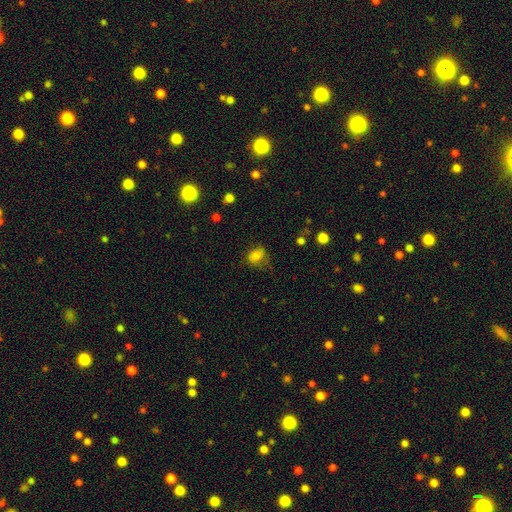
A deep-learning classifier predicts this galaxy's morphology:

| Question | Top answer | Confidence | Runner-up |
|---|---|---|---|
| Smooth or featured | smooth | 78% | star or artifact (12%) |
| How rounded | in between | 59% | round (40%) |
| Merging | none | 51% | minor disturbance (29%) |